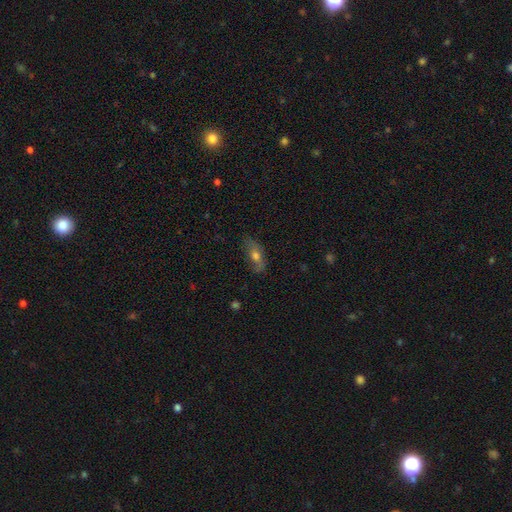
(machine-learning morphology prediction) The model was most divided on "smooth or featured": smooth: 58%, featured or disk: 32%, star or artifact: 10%. More confident: how rounded — in between (75%); merging — none (70%).